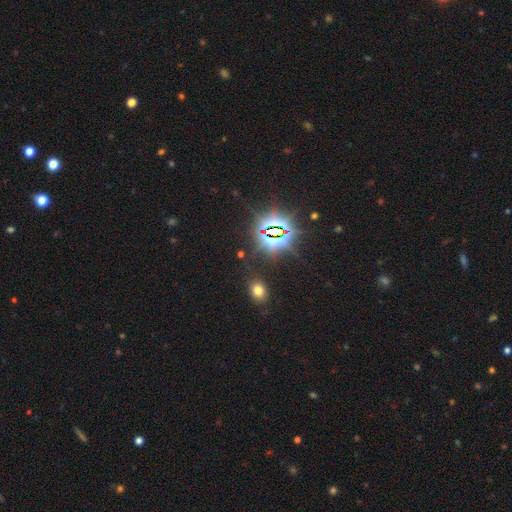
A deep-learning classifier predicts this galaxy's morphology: Smooth or featured?
  - star or artifact: 82% *
  - smooth: 12%
  - featured or disk: 6%